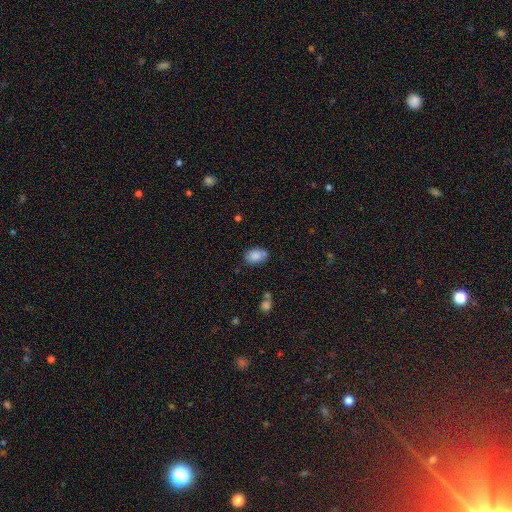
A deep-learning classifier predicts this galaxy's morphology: A smooth galaxy with no disk features (84%) that is in between round and cigar-shaped (84%). Merging: none (68%).